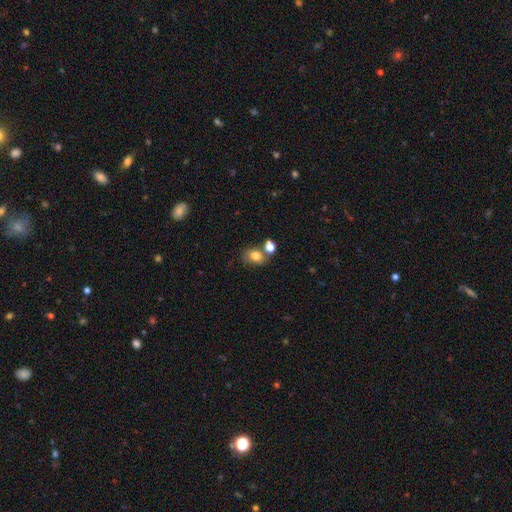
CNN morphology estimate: Smooth or featured: smooth — 79% (star or artifact — 11%)
How rounded: in between — 60% (round — 38%)
Merging: none — 56% (merger — 25%)